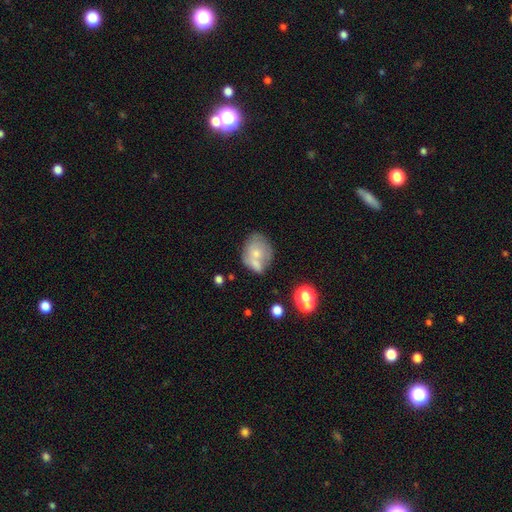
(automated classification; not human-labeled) The model was most divided on "how rounded" (2-way tie): in between: 49%, round: 49%, cigar-shaped: 1%. Remaining: smooth or featured — smooth (56%); merging — merger (37%).